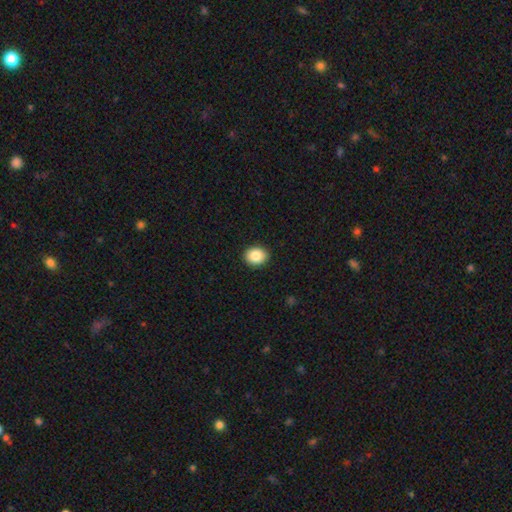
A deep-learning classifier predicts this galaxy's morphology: Smooth or featured: smooth — 86% (star or artifact — 8%)
How rounded: round — 52% (in between — 47%)
Merging: none — 91% (minor disturbance — 6%)